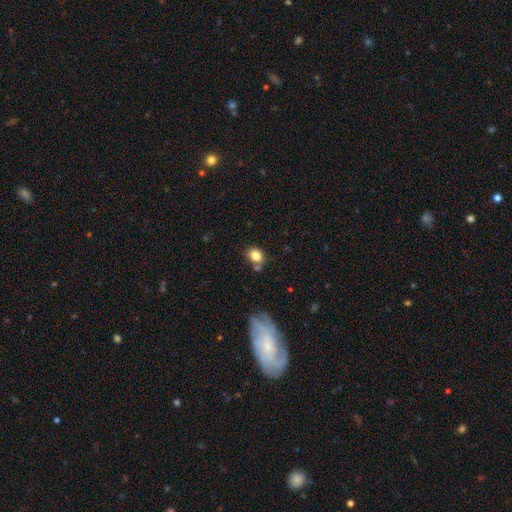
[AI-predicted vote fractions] Smooth or featured?
  - smooth: 81% *
  - star or artifact: 11%
  - featured or disk: 8%
How rounded?
  - round: 50% *
  - in between: 49%
  - cigar-shaped: 1%
Merging?
  - none: 65% *
  - minor disturbance: 17%
  - merger: 13%
  - major disturbance: 5%